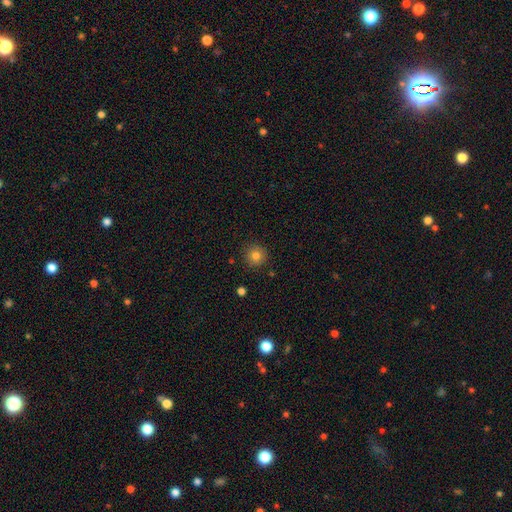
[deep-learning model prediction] smooth-or-featured: smooth: 82% | star or artifact: 12% | featured or disk: 7%
  how-rounded: round: 94% | in between: 5% | cigar-shaped: 1%
  merging: none: 90% | minor disturbance: 7% | major disturbance: 2% | merger: 2%